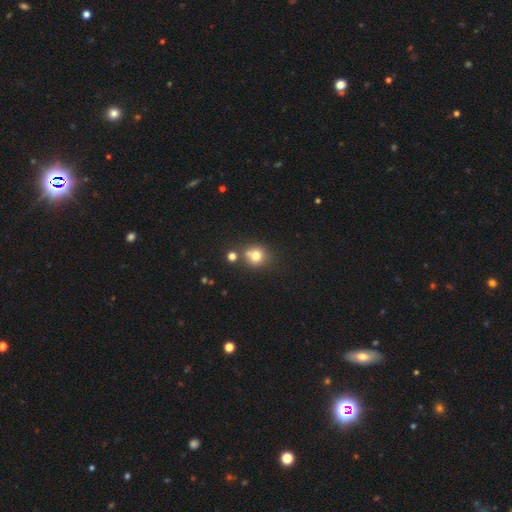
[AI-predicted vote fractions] Smooth or featured?
  - smooth: 75% *
  - star or artifact: 13%
  - featured or disk: 11%
How rounded?
  - round: 81% *
  - in between: 18%
  - cigar-shaped: 1%
Merging?
  - none: 60% *
  - merger: 23%
  - minor disturbance: 13%
  - major disturbance: 4%